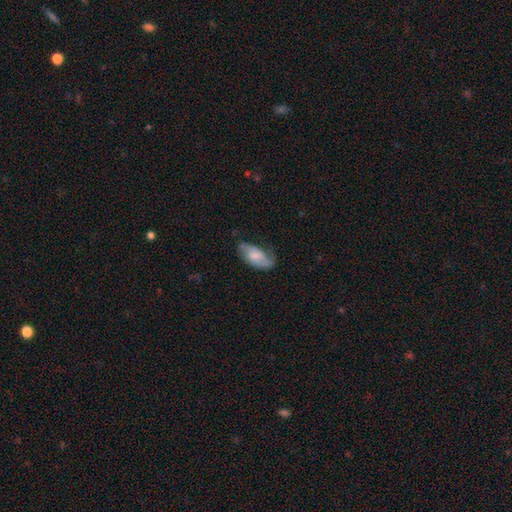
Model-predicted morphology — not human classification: Smooth or featured? Predicted: smooth (p=0.58). How rounded? Predicted: in between (p=0.90). Merging? Predicted: none (p=0.53).